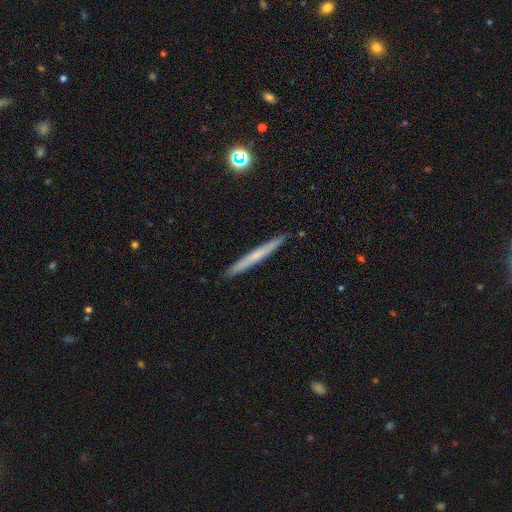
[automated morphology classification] Smooth or featured? smooth (50%)
Merging? none (92%)